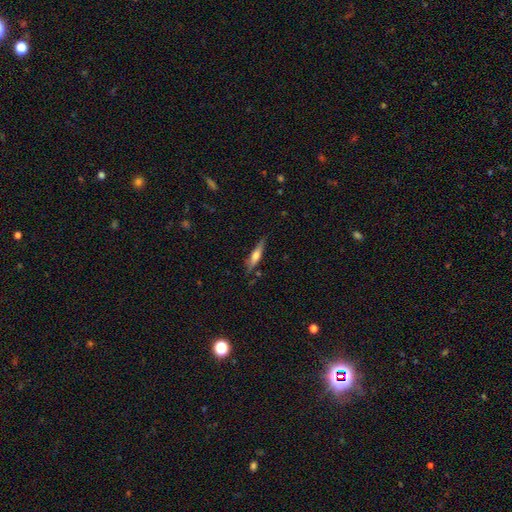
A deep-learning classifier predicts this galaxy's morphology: smooth_or_featured: featured or disk (p=0.48) [alt: smooth p=0.46]
merging: none (p=0.79) [alt: minor disturbance p=0.15]